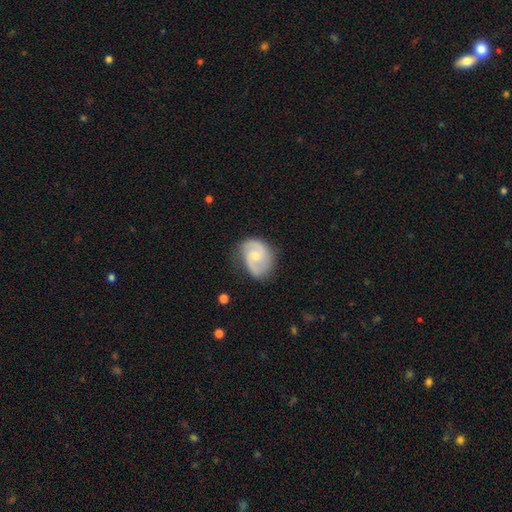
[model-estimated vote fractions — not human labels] A featured or disk galaxy (79%) with no bar (56%), 2 (87%) medium (52%) spiral arms (95%) and a small central bulge (54%). Merging: none (73%).